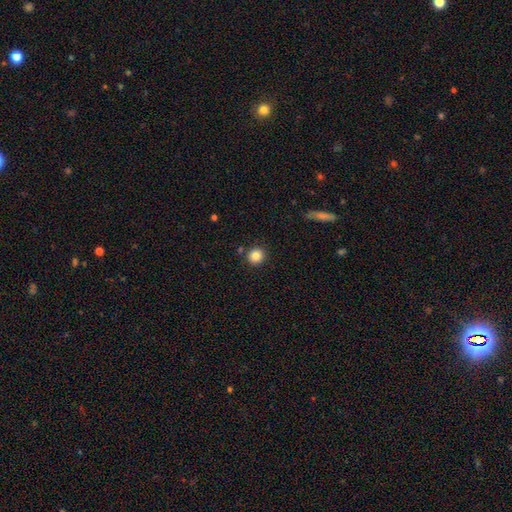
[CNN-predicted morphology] smooth-or-featured: smooth: 85% | star or artifact: 10% | featured or disk: 5%
  how-rounded: round: 90% | in between: 9% | cigar-shaped: 1%
  merging: none: 87% | minor disturbance: 7% | merger: 4% | major disturbance: 2%